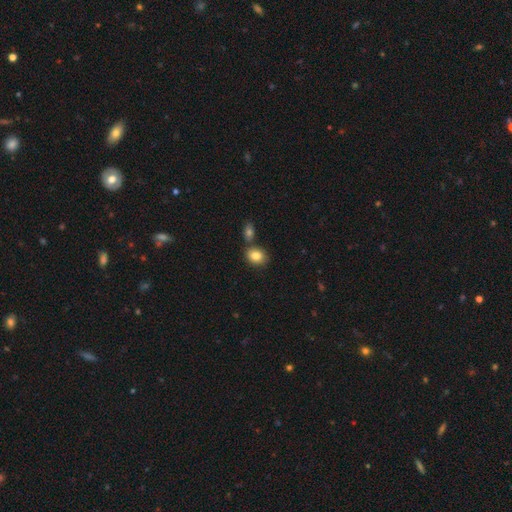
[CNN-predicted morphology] smooth-or-featured: smooth: 84% | star or artifact: 9% | featured or disk: 8%
  how-rounded: in between: 57% | round: 42% | cigar-shaped: 1%
  merging: none: 65% | merger: 22% | minor disturbance: 11% | major disturbance: 3%